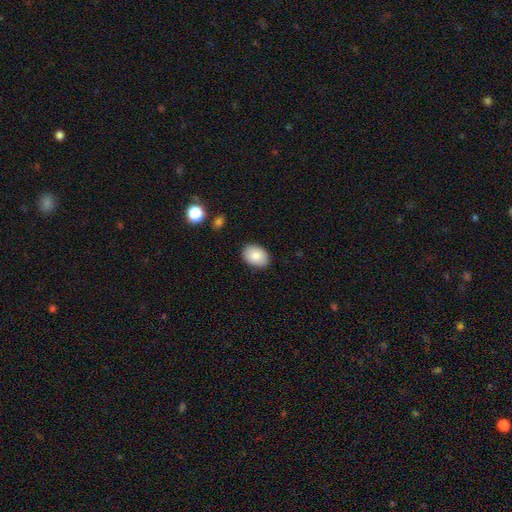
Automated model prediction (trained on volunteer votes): This appears to be a smooth galaxy with no disk features (85%) that is in between round and cigar-shaped (78%). Merging: none (87%).